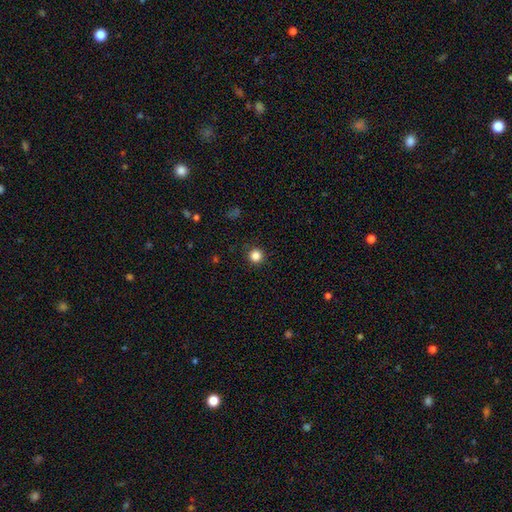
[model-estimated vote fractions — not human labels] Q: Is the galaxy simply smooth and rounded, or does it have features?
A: smooth — 85%.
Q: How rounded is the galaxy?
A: round — 96%.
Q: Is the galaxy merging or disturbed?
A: none — 91%.